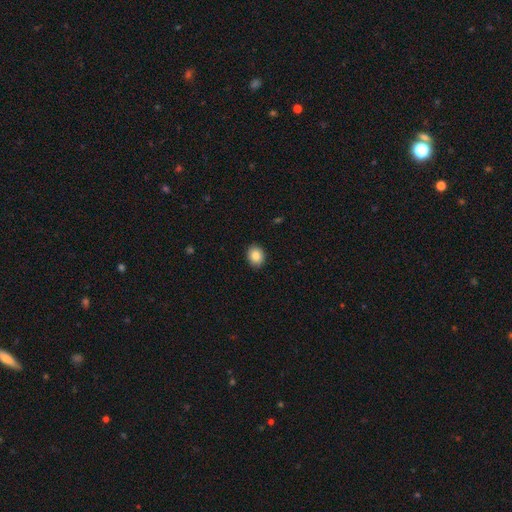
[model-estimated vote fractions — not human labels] Q: Smooth or featured?
A: smooth (85%); runner-up: star or artifact (9%)
Q: How rounded?
A: round (56%); runner-up: in between (43%)
Q: Merging?
A: none (91%); runner-up: minor disturbance (7%)